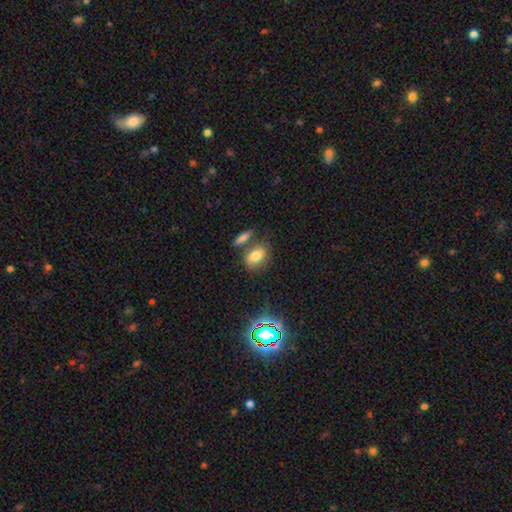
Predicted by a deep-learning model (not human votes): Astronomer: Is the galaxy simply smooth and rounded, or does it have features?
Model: smooth — 75%.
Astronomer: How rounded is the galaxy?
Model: in between — 76%.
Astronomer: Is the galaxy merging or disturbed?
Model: none — 62%.